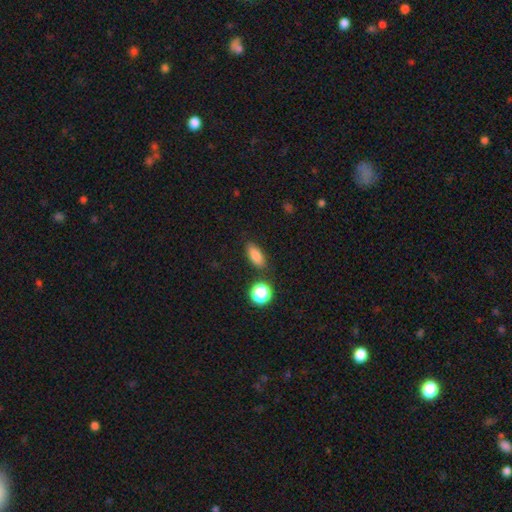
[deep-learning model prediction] This appears to be a smooth galaxy with no disk features (82%) that is in between round and cigar-shaped (75%). Merging: none (85%).